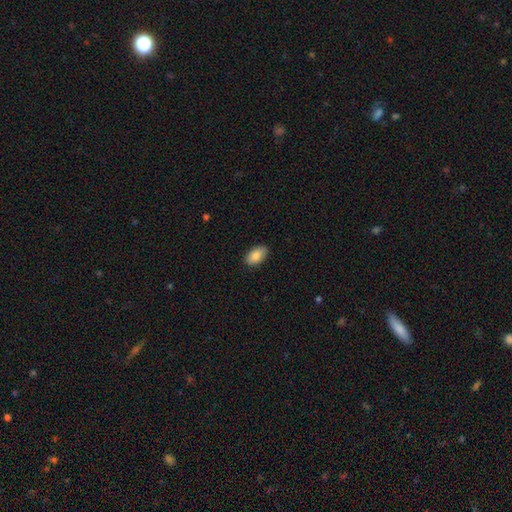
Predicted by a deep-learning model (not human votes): smooth 86%, featured or disk 7%, star or artifact 7%. Down the decision tree: how rounded — in between (94%); merging — none (88%).